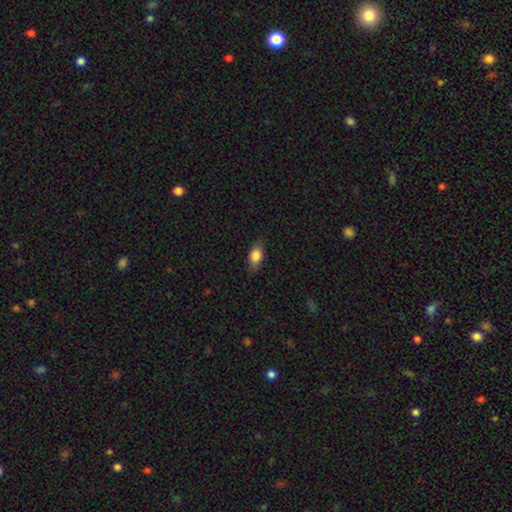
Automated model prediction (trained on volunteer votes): Smooth or featured? Predicted: smooth (p=0.80). How rounded? Predicted: in between (p=0.82). Merging? Predicted: none (p=0.78).